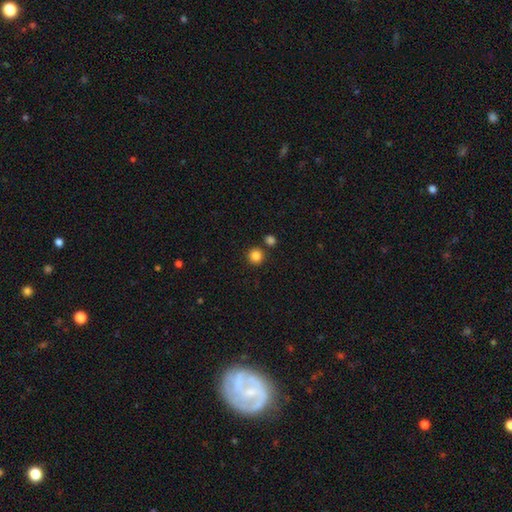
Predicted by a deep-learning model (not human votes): smooth-or-featured: smooth: 85% | star or artifact: 11% | featured or disk: 4%
  how-rounded: round: 94% | in between: 5% | cigar-shaped: 1%
  merging: none: 83% | merger: 9% | minor disturbance: 6% | major disturbance: 2%